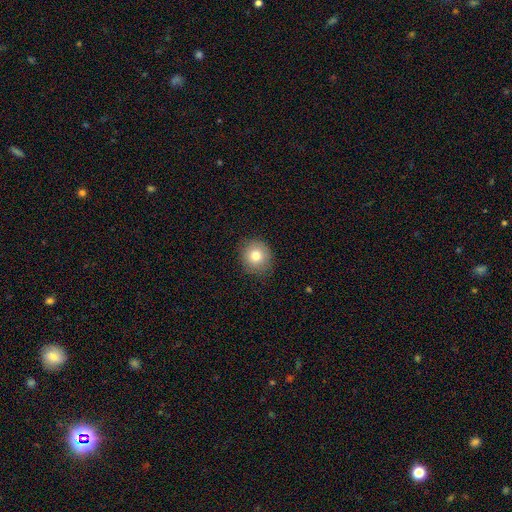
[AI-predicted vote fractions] Q: Smooth or featured?
A: smooth (79%); runner-up: featured or disk (11%)
Q: How rounded?
A: round (90%); runner-up: in between (9%)
Q: Merging?
A: none (86%); runner-up: minor disturbance (10%)